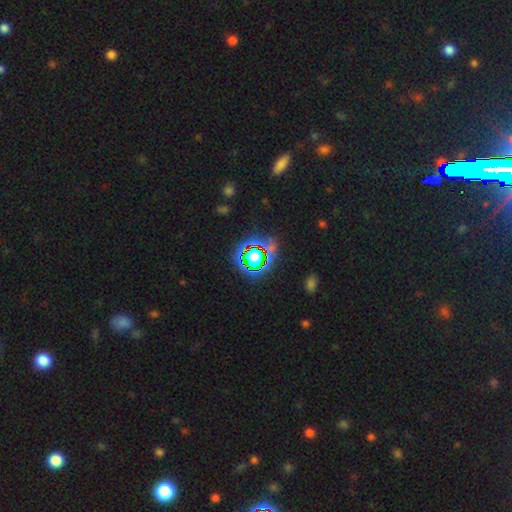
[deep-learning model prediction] This appears to be a star or artifact, not a galaxy (61%).